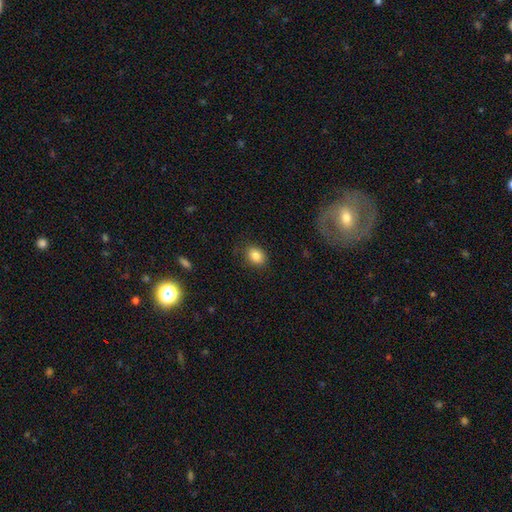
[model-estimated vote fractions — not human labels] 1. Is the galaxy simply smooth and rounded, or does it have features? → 86% smooth, 9% star or artifact, 5% featured or disk.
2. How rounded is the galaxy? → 64% in between, 35% round, 1% cigar-shaped.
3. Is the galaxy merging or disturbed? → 83% none, 13% minor disturbance, 3% major disturbance, 1% merger.